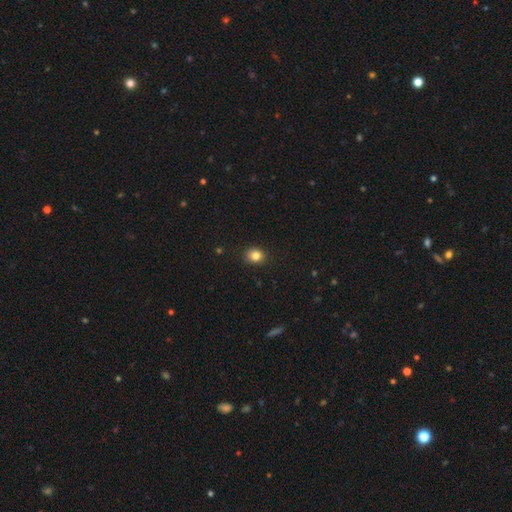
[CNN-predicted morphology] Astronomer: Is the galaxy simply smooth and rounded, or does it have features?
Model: smooth — 83%.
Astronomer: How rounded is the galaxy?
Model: round — 65%.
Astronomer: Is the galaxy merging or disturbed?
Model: none — 87%.